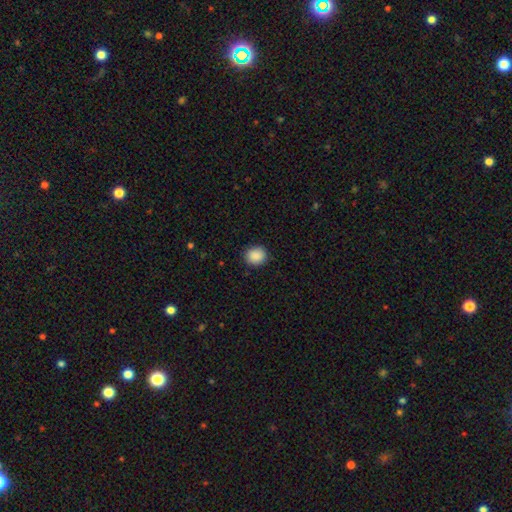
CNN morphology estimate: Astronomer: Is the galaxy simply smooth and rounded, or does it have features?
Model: smooth — 89%.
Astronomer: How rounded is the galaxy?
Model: round — 76%.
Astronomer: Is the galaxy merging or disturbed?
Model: none — 88%.